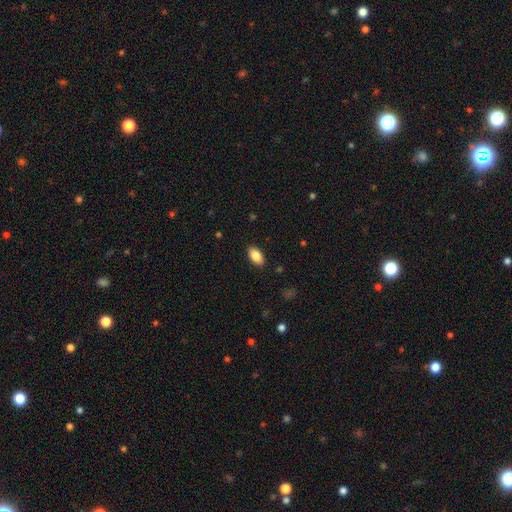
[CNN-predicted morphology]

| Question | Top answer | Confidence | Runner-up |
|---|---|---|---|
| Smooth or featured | smooth | 87% | star or artifact (7%) |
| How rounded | in between | 94% | round (4%) |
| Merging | none | 88% | minor disturbance (9%) |